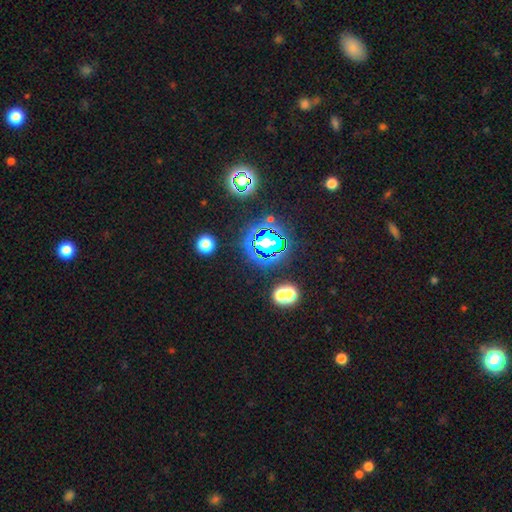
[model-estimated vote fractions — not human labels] This appears to be a star or artifact, not a galaxy (80%).